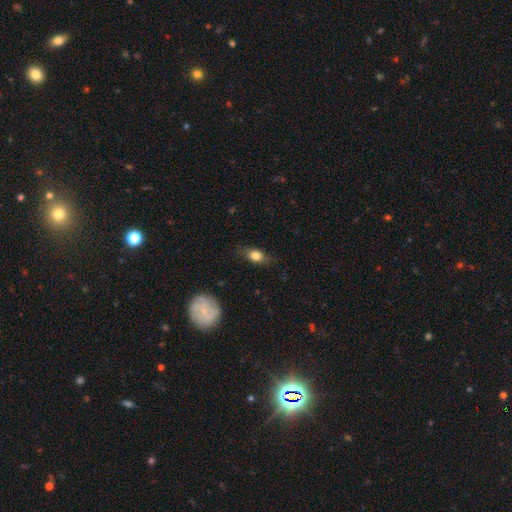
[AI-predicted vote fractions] Smooth or featured? Predicted: smooth (p=0.76). How rounded? Predicted: in between (p=0.73). Merging? Predicted: none (p=0.77).